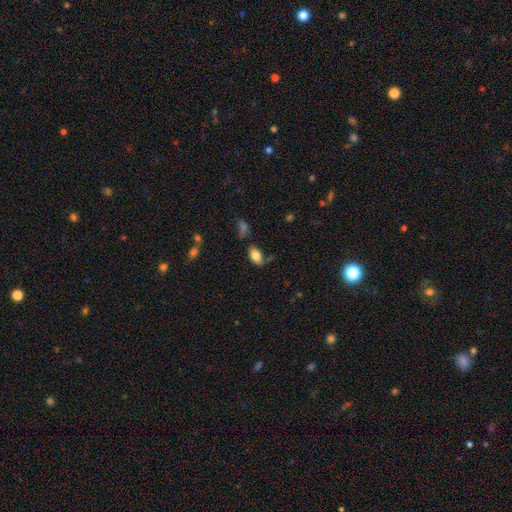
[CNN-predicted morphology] Overall: smooth (80%). How rounded: in between (92%). Merging: none (70%).